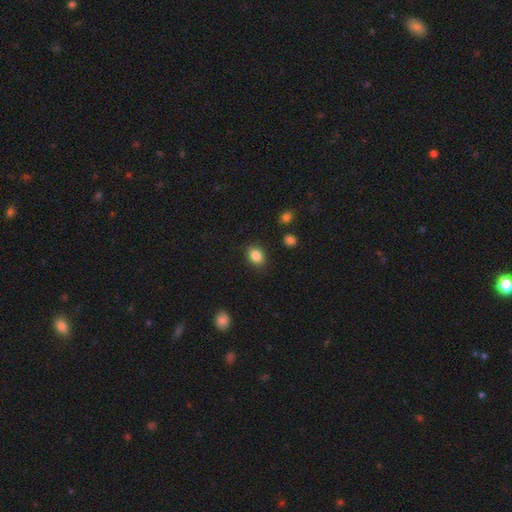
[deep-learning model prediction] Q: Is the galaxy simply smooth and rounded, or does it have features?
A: smooth — 85%.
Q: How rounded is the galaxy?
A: in between — 66%.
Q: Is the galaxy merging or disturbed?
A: none — 86%.